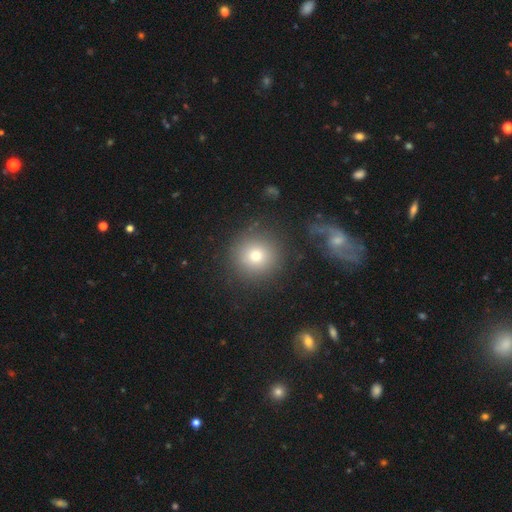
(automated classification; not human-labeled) Q: Smooth or featured?
A: smooth (75%); runner-up: featured or disk (14%)
Q: How rounded?
A: round (94%); runner-up: in between (5%)
Q: Merging?
A: none (84%); runner-up: minor disturbance (8%)